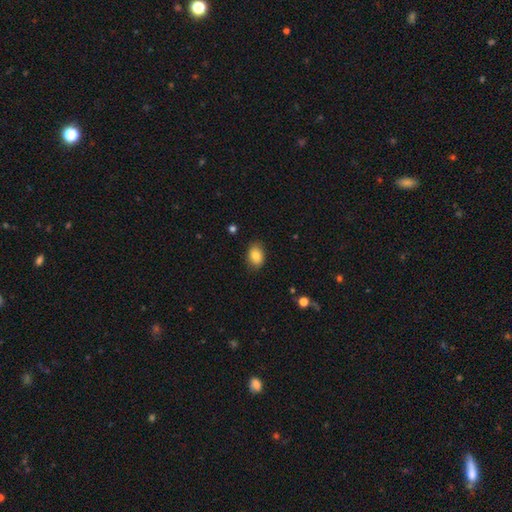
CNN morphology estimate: smooth-or-featured: smooth: 82% | featured or disk: 10% | star or artifact: 8%
  how-rounded: in between: 76% | round: 23% | cigar-shaped: 1%
  merging: none: 84% | minor disturbance: 13% | major disturbance: 3% | merger: 1%